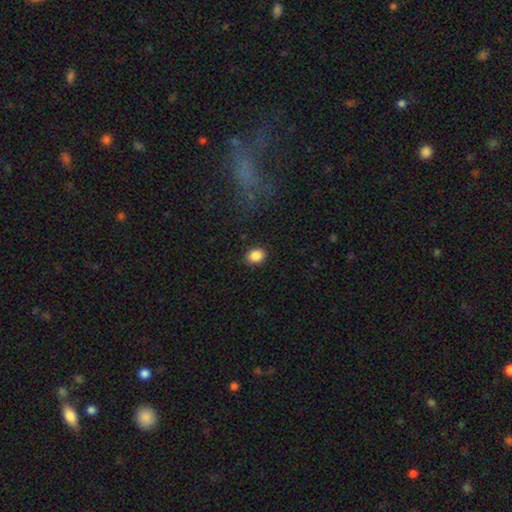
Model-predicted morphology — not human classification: type=smooth (88%); roundness=in between (60%); merging=none (88%).